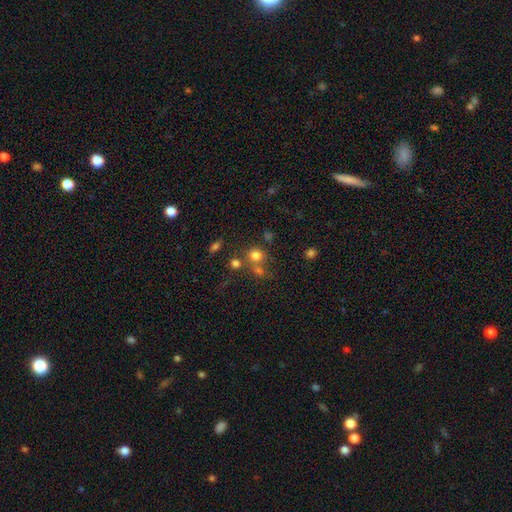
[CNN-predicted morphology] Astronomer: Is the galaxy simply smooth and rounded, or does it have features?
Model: smooth — 73%.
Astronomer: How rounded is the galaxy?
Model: round — 86%.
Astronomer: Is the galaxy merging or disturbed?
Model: none — 59%.